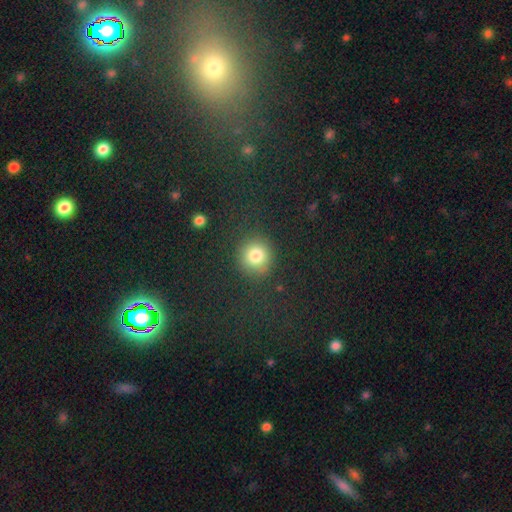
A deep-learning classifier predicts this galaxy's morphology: Q: Smooth or featured?
A: smooth (80%); runner-up: star or artifact (14%)
Q: How rounded?
A: round (90%); runner-up: in between (9%)
Q: Merging?
A: none (85%); runner-up: minor disturbance (8%)